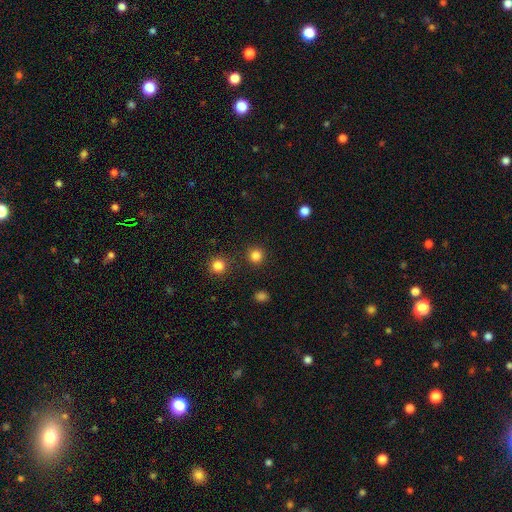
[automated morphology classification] Smooth or featured?
  - smooth: 82% *
  - star or artifact: 14%
  - featured or disk: 4%
How rounded?
  - round: 95% *
  - in between: 4%
  - cigar-shaped: 1%
Merging?
  - none: 91% *
  - minor disturbance: 5%
  - merger: 2%
  - major disturbance: 2%